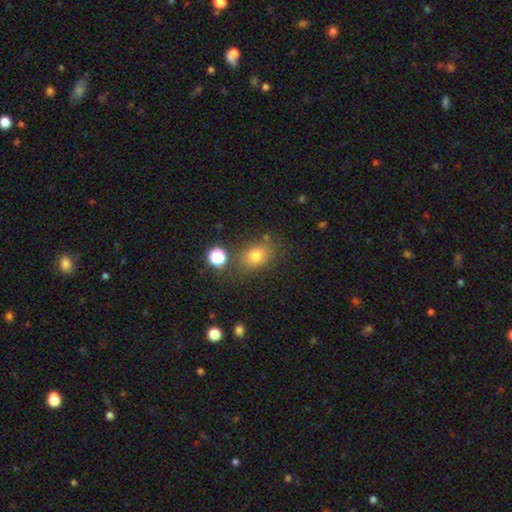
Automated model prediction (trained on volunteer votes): Overall: smooth (75%). How rounded: in between (56%; round 43%). Merging: none (73%).